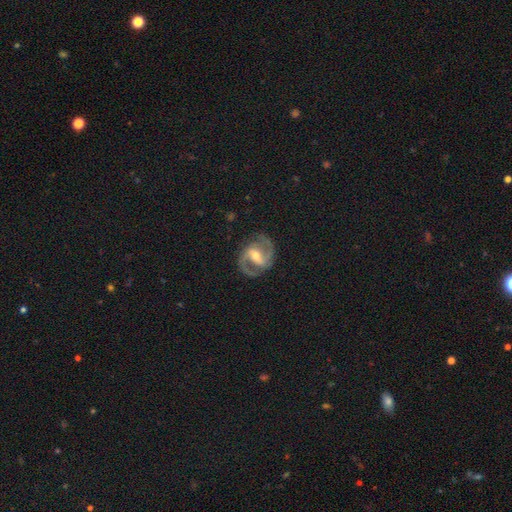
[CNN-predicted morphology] Q: Smooth or featured?
A: featured or disk (90%); runner-up: smooth (5%)
Q: Edge-on disk?
A: no (97%); runner-up: yes (3%)
Q: Bar?
A: weak (43%); runner-up: strong (40%)
Q: Spiral arms?
A: yes (97%); runner-up: no (3%)
Q: Spiral winding?
A: medium (59%); runner-up: tight (25%)
Q: Spiral arm count?
A: 2 (92%); runner-up: 3 (2%)
Q: Bulge size?
A: moderate (62%); runner-up: small (31%)
Q: Merging?
A: none (81%); runner-up: minor disturbance (13%)